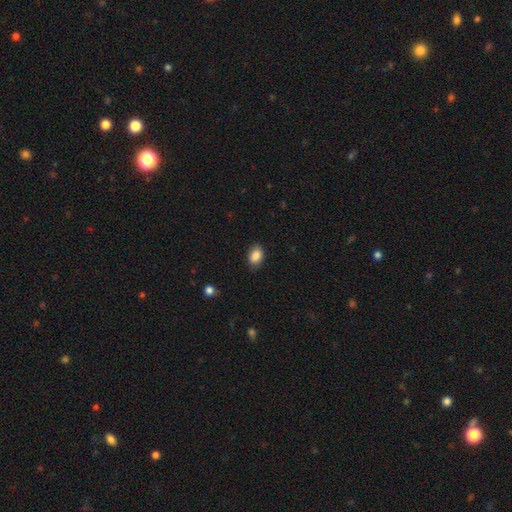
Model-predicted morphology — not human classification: The model was most divided on "how rounded": in between: 82%, round: 17%, cigar-shaped: 1%. More confident: smooth or featured — smooth (87%); merging — none (85%).